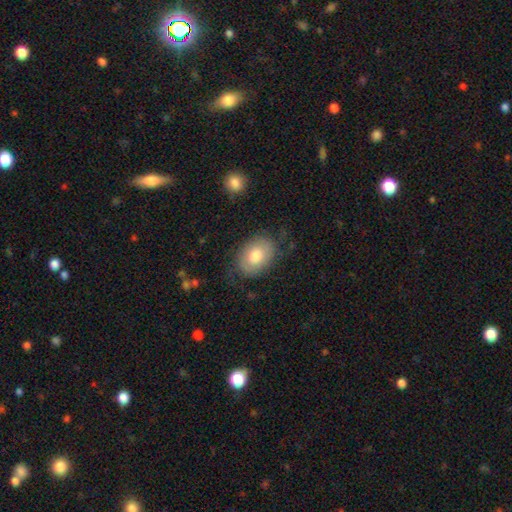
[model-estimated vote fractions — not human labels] Smooth or featured: smooth — 69% (featured or disk — 24%)
How rounded: in between — 79% (round — 20%)
Merging: none — 74% (minor disturbance — 18%)